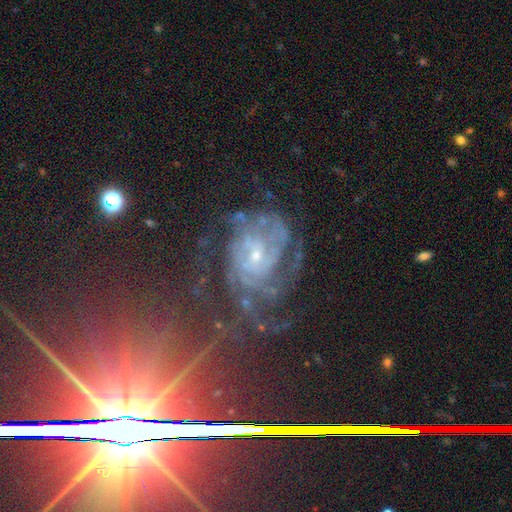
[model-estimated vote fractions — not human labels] Morphology: type=featured or disk (76%); edge-on=no (97%); bar=no (61%); spiral arms=yes (93%); winding=tight (54%); arm count=can't tell (35%); bulge=small (76%); merging=none (60%).